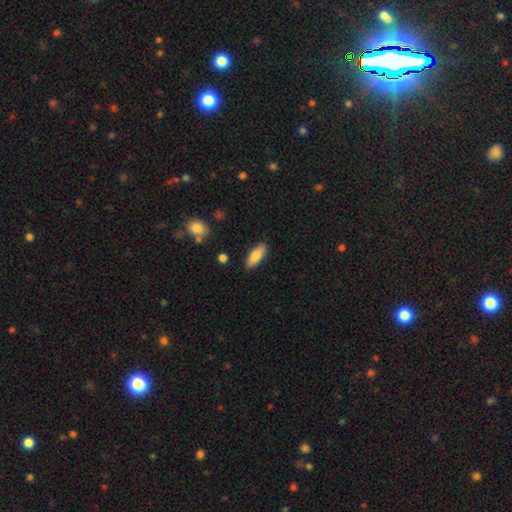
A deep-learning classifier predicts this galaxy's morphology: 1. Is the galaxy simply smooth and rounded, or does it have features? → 84% smooth, 9% featured or disk, 6% star or artifact.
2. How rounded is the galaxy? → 78% in between, 20% cigar-shaped, 2% round.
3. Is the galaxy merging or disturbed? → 86% none, 10% minor disturbance, 2% major disturbance, 2% merger.